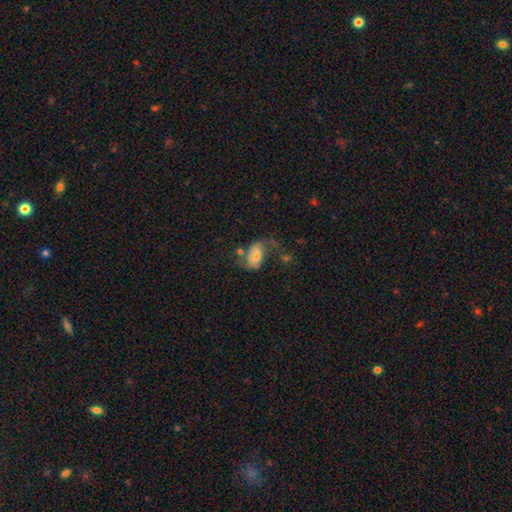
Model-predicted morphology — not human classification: Smooth or featured: smooth — 63% (featured or disk — 28%)
How rounded: in between — 89% (round — 9%)
Merging: none — 36% (major disturbance — 27%)